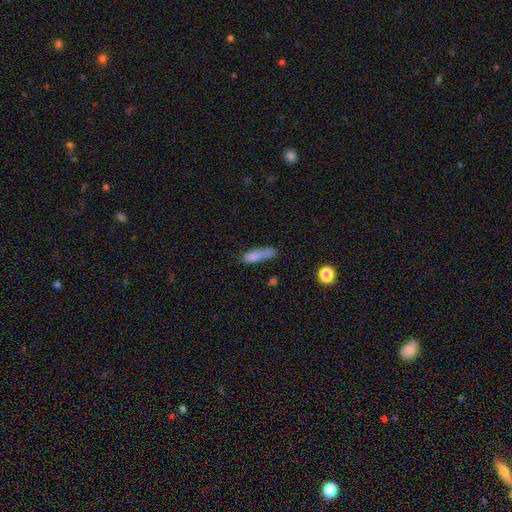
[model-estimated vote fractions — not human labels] A smooth galaxy with no disk features (77%) that is cigar-shaped (68%). Merging: none (50%).